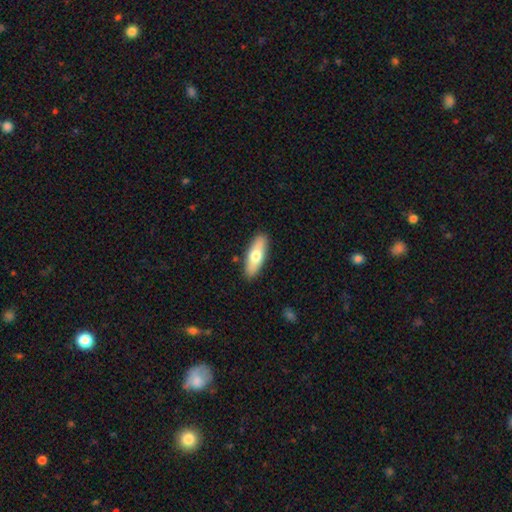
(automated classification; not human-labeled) Q: Smooth or featured?
A: smooth (67%); runner-up: featured or disk (28%)
Q: How rounded?
A: in between (64%); runner-up: cigar-shaped (34%)
Q: Merging?
A: none (89%); runner-up: minor disturbance (8%)